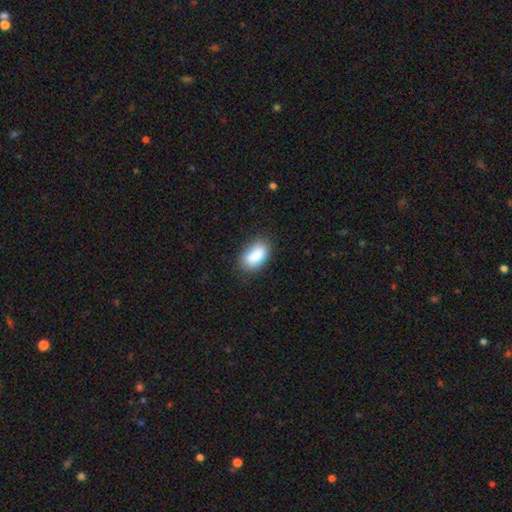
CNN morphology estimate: type=smooth (85%); roundness=in between (92%); merging=none (82%).